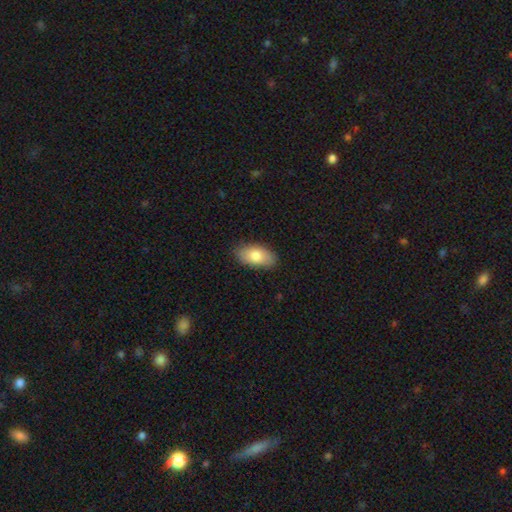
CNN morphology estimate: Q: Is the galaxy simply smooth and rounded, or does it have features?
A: smooth — 79%.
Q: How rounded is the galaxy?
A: in between — 93%.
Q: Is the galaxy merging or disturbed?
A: none — 86%.